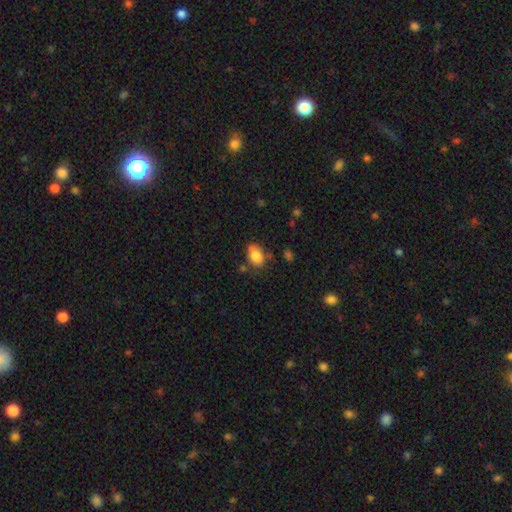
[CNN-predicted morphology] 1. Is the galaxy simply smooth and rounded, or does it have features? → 82% smooth, 10% featured or disk, 8% star or artifact.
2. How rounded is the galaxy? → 81% in between, 17% round, 1% cigar-shaped.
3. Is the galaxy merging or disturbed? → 59% none, 27% minor disturbance, 7% major disturbance, 7% merger.